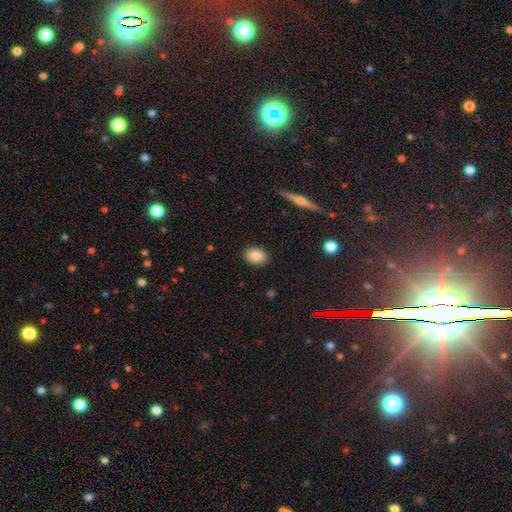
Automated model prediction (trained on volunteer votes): Overall: smooth (87%). How rounded: in between (64%; round 34%). Merging: none (89%).